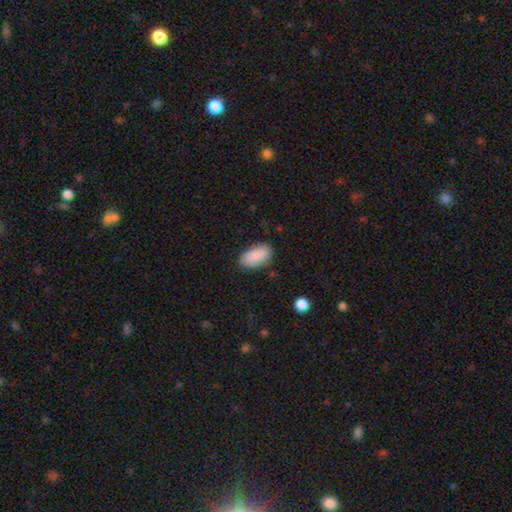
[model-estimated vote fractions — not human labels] A smooth galaxy with no disk features (87%) that is in between round and cigar-shaped (94%). Merging: none (81%).